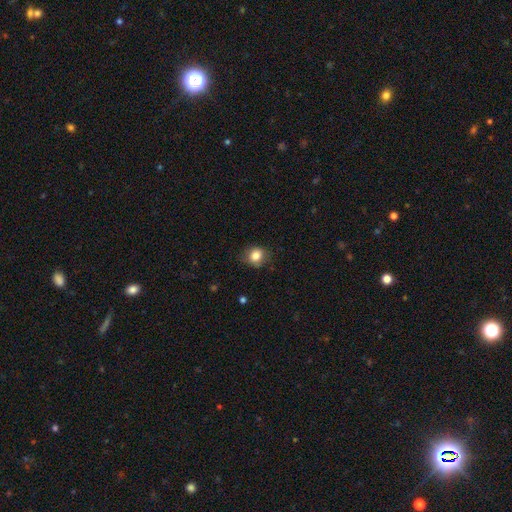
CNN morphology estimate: smooth_or_featured: smooth (p=0.82) [alt: star or artifact p=0.10]
how_rounded: round (p=0.70) [alt: in between p=0.29]
merging: none (p=0.73) [alt: minor disturbance p=0.20]